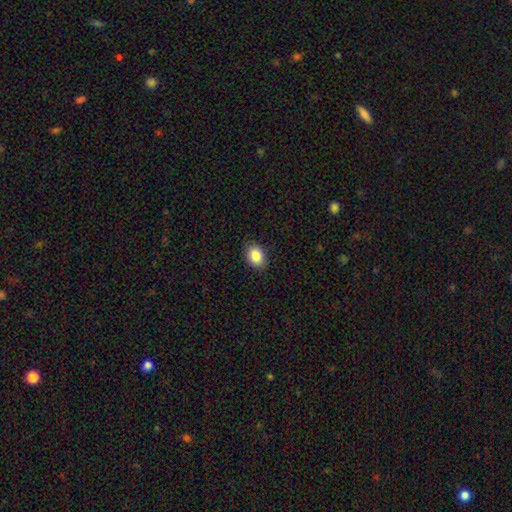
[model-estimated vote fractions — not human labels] A smooth galaxy with no disk features (87%) that is in between round and cigar-shaped (73%).

Vote fractions:
- Smooth or featured? smooth: 87% / star or artifact: 8% / featured or disk: 5%
- How rounded? in between: 73% / round: 26% / cigar-shaped: 1%
- Merging? none: 88% / minor disturbance: 9% / major disturbance: 2% / merger: 1%